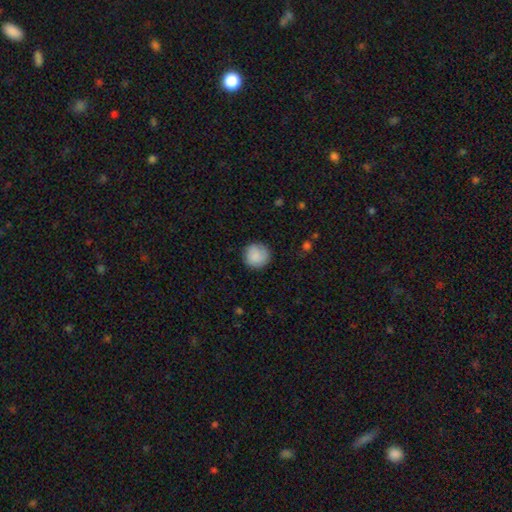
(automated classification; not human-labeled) smooth-or-featured: smooth: 87% | star or artifact: 7% | featured or disk: 7%
  how-rounded: round: 93% | in between: 6% | cigar-shaped: 1%
  merging: none: 85% | minor disturbance: 12% | major disturbance: 3% | merger: 1%